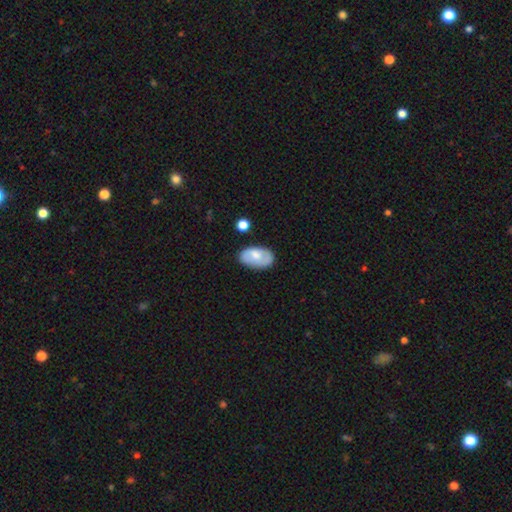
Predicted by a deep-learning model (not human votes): This is likely a smooth galaxy (63%). How rounded: clearly in between (93%). Merging: likely none (77%).